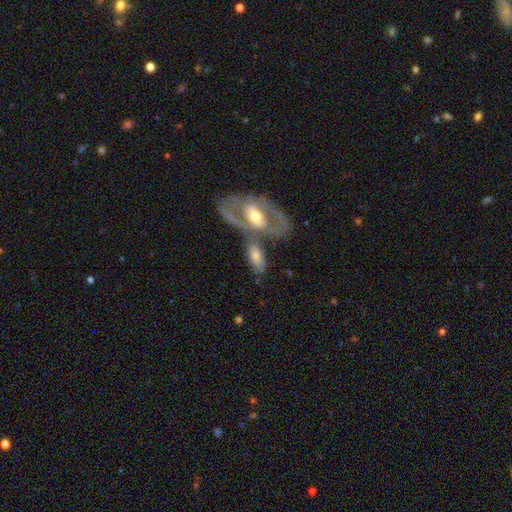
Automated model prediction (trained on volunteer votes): Smooth or featured? Predicted: featured or disk (p=0.50). Edge-on disk? Predicted: no (p=0.83). Merging? Predicted: none (p=0.40).